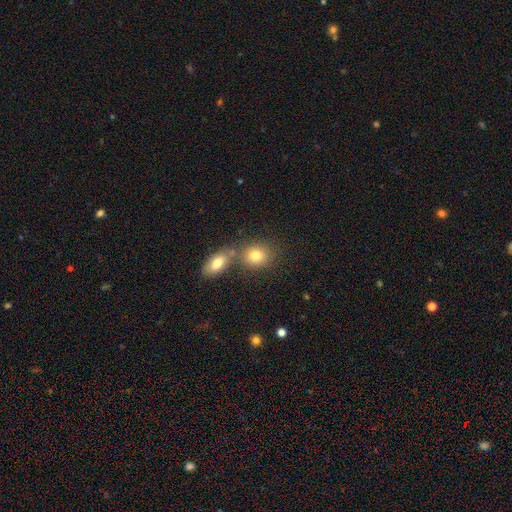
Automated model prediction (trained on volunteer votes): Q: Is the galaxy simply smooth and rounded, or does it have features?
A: smooth — 79%.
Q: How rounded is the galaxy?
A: round — 60%.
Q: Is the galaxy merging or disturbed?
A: none — 55%.